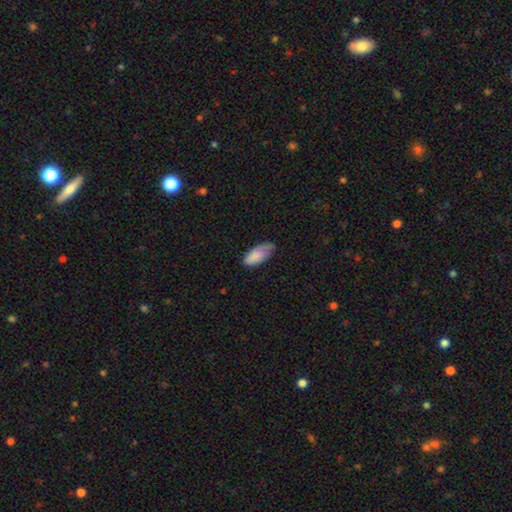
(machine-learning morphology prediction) Smooth or featured?
  - smooth: 85% *
  - featured or disk: 9%
  - star or artifact: 6%
How rounded?
  - in between: 90% *
  - cigar-shaped: 8%
  - round: 2%
Merging?
  - none: 56% *
  - minor disturbance: 35%
  - major disturbance: 7%
  - merger: 1%